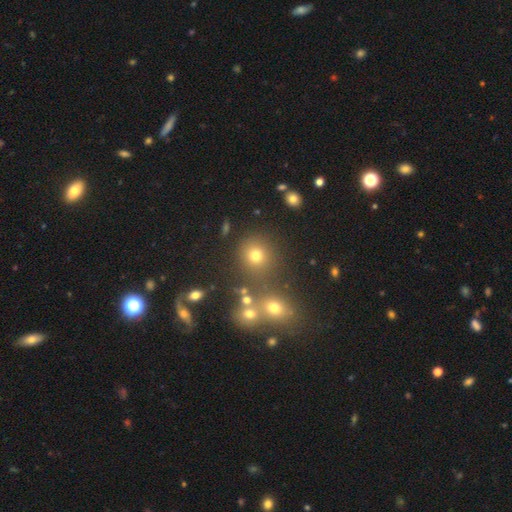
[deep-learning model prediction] Smooth or featured: smooth — 71% (star or artifact — 20%)
How rounded: round — 88% (in between — 11%)
Merging: none — 76% (merger — 11%)